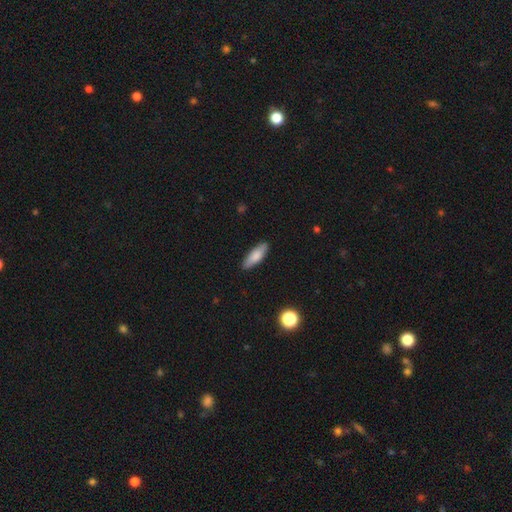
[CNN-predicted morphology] Smooth or featured?
  - smooth: 79% *
  - featured or disk: 15%
  - star or artifact: 6%
How rounded?
  - in between: 55% *
  - cigar-shaped: 43%
  - round: 2%
Merging?
  - none: 87% *
  - minor disturbance: 10%
  - major disturbance: 2%
  - merger: 1%